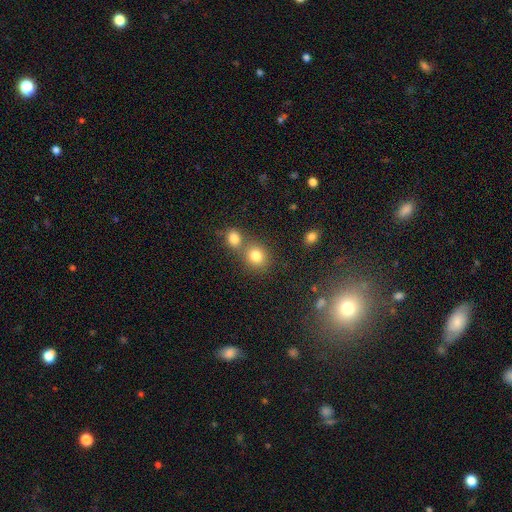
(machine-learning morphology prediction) Overall: smooth (80%). How rounded: round (77%). Merging: none (52%; merger 37%).